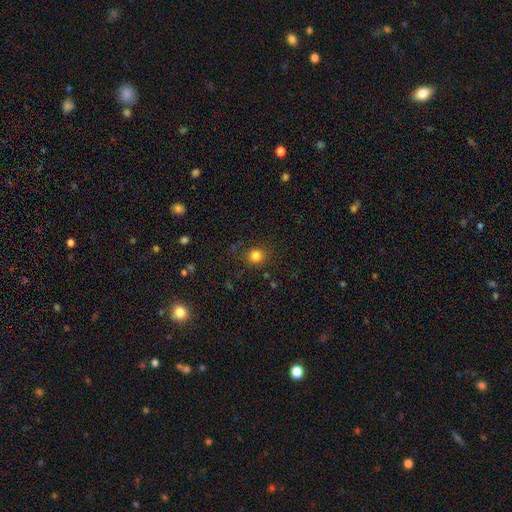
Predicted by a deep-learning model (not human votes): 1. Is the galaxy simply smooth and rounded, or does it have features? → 81% smooth, 14% star or artifact, 5% featured or disk.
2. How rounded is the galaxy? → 90% round, 9% in between, 1% cigar-shaped.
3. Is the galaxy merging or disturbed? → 84% none, 10% minor disturbance, 4% major disturbance, 2% merger.